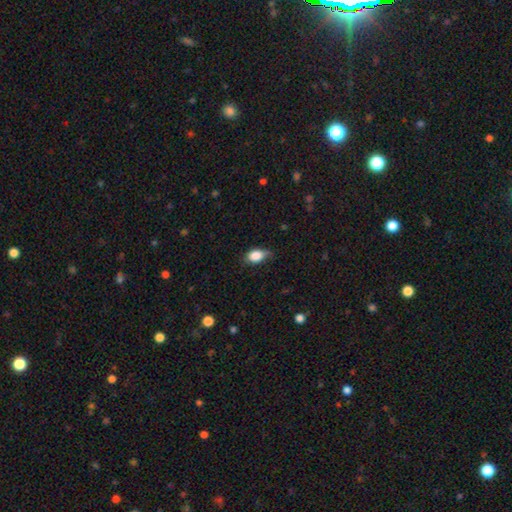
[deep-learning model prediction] Q: Smooth or featured?
A: smooth (83%); runner-up: featured or disk (9%)
Q: How rounded?
A: in between (83%); runner-up: round (14%)
Q: Merging?
A: none (51%); runner-up: minor disturbance (39%)